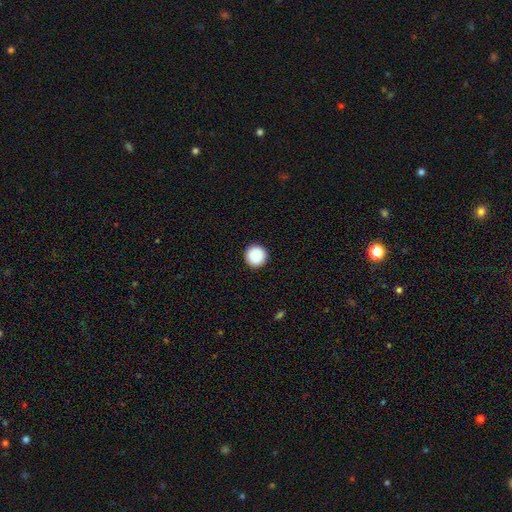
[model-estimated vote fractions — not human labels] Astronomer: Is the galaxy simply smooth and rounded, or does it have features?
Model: smooth — 90%.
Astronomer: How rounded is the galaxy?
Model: round — 96%.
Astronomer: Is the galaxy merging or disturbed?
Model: none — 93%.